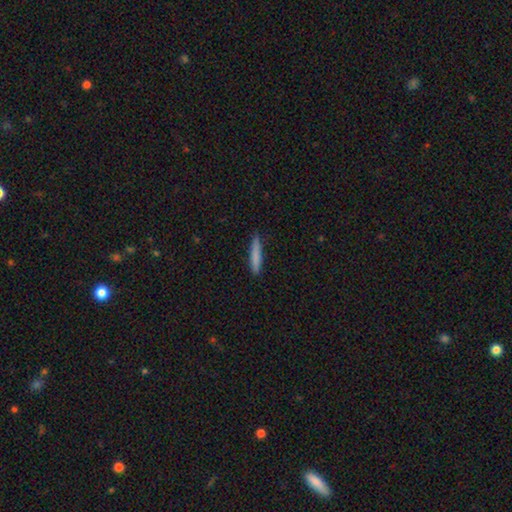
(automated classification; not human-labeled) This appears to be a smooth galaxy with no disk features (81%) that is cigar-shaped (92%). Merging: none (85%).